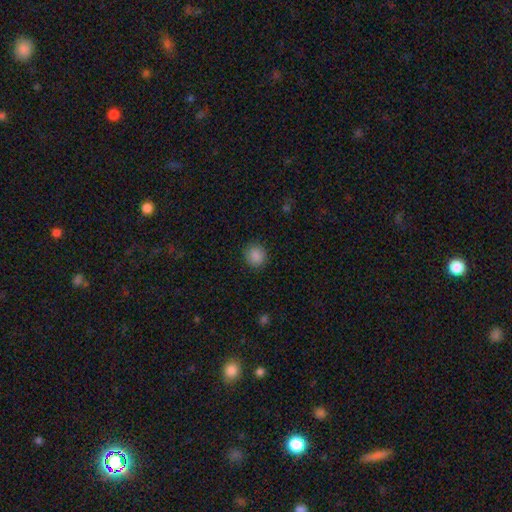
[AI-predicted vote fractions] Morphology: type=smooth (88%); roundness=round (89%); merging=none (89%).